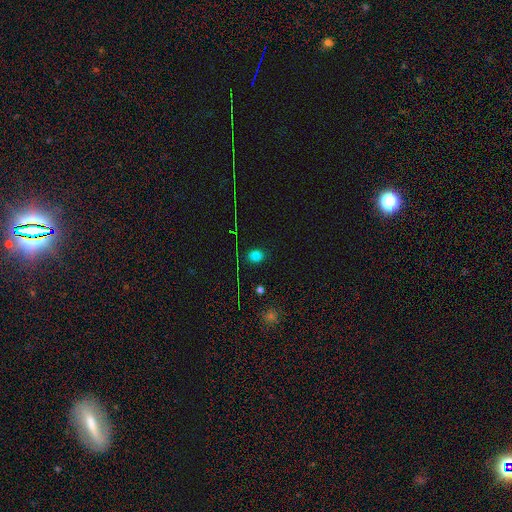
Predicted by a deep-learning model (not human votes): Smooth or featured: smooth — 73% (star or artifact — 21%)
How rounded: round — 53% (in between — 46%)
Merging: none — 84% (minor disturbance — 11%)